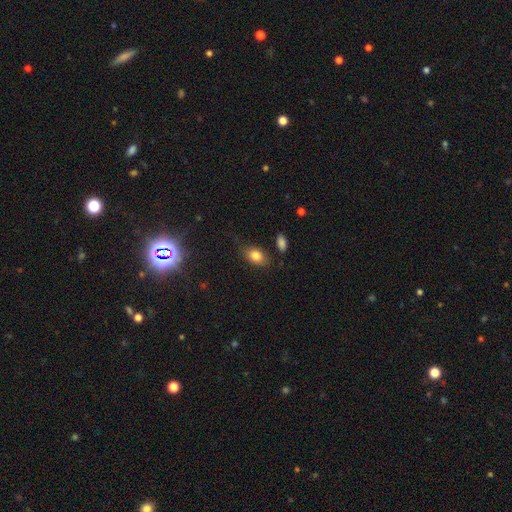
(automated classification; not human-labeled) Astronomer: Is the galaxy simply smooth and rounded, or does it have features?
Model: smooth — 82%.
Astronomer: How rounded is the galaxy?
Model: in between — 86%.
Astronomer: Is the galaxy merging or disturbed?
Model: none — 76%.